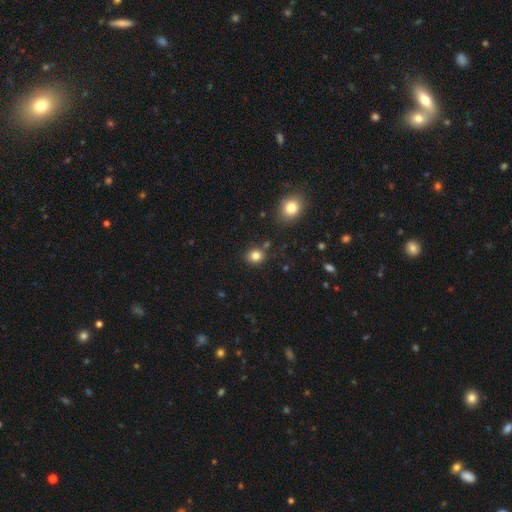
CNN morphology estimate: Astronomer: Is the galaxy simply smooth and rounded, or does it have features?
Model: smooth — 83%.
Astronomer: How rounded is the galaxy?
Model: round — 73%.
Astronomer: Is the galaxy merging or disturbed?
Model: none — 82%.